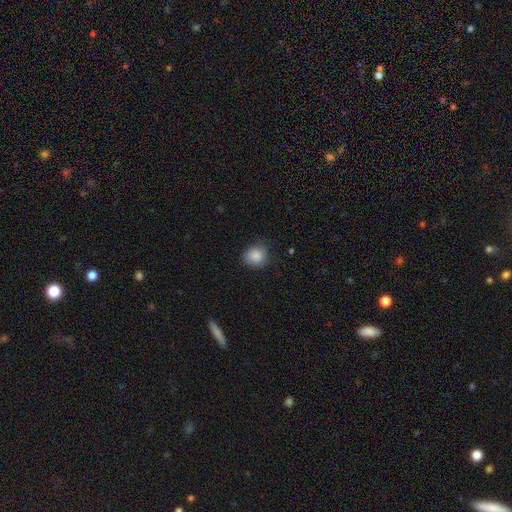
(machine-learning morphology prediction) type=smooth (88%); roundness=round (80%); merging=none (78%).